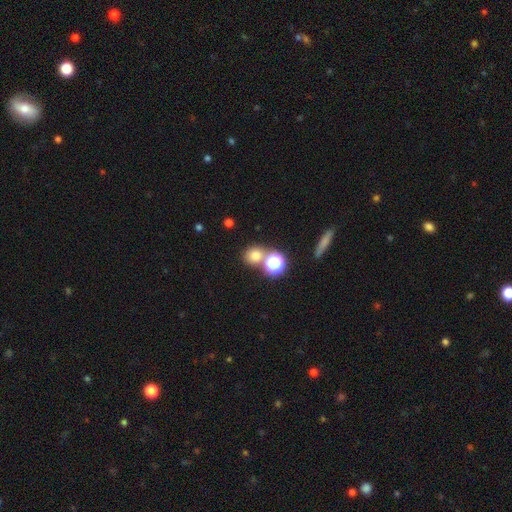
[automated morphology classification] Smooth or featured? Predicted: smooth (p=0.72). How rounded? Predicted: round (p=0.83). Merging? Predicted: none (p=0.66).